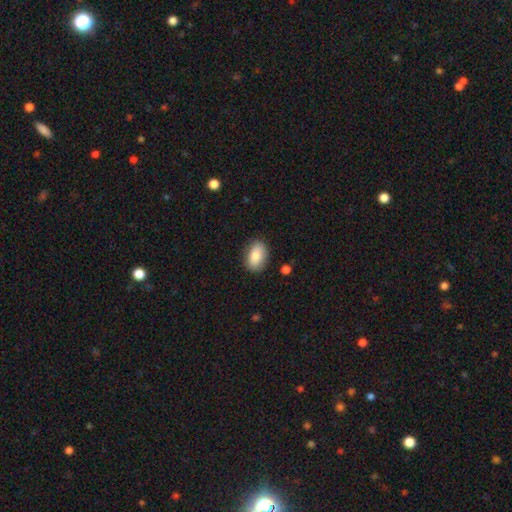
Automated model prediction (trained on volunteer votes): Smooth or featured?
  - smooth: 83% *
  - featured or disk: 10%
  - star or artifact: 7%
How rounded?
  - in between: 89% *
  - round: 10%
  - cigar-shaped: 2%
Merging?
  - none: 84% *
  - minor disturbance: 12%
  - major disturbance: 3%
  - merger: 2%